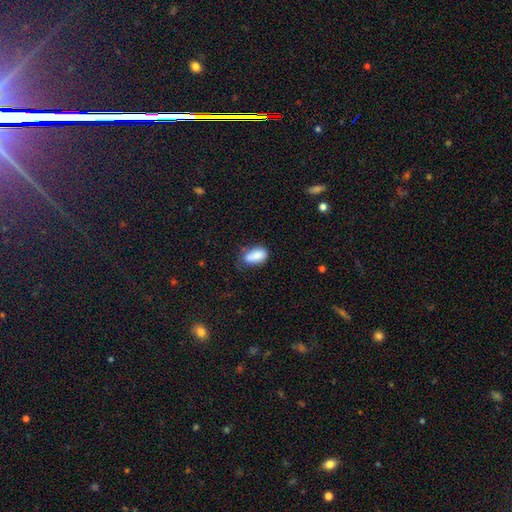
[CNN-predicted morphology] Smooth or featured: smooth — 84% (featured or disk — 8%)
How rounded: in between — 91% (round — 6%)
Merging: none — 55% (minor disturbance — 29%)